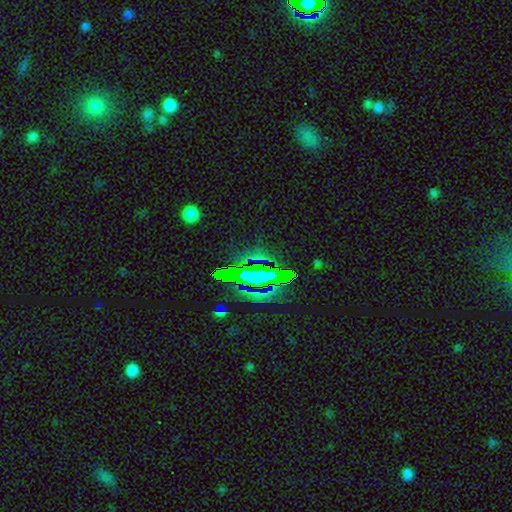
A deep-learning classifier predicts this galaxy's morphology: Q: Smooth or featured?
A: star or artifact (57%); runner-up: featured or disk (25%)